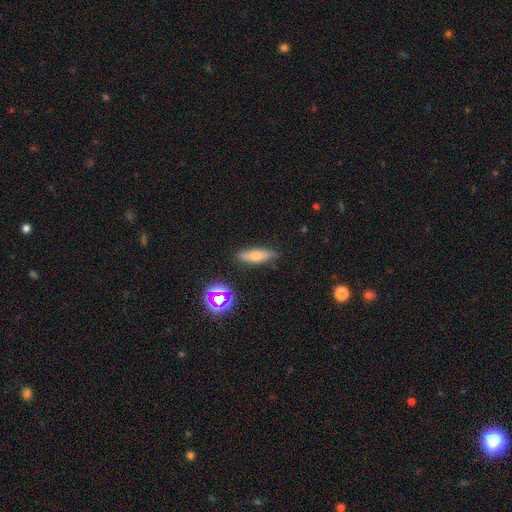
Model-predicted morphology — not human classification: Smooth or featured? smooth (62%)
How rounded? cigar-shaped (55%)
Merging? none (85%)